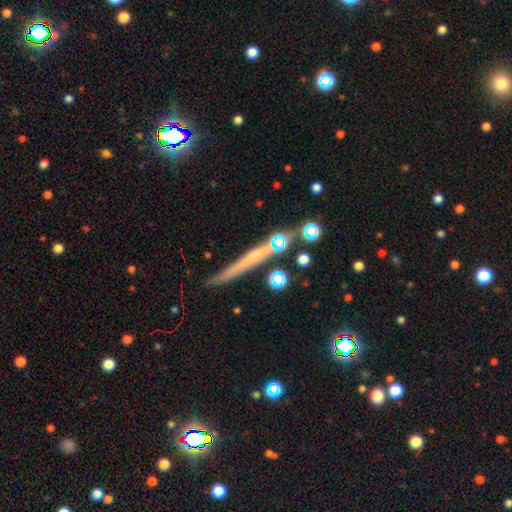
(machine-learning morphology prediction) type=featured or disk (53%); edge-on=yes (94%); merging=none (79%).